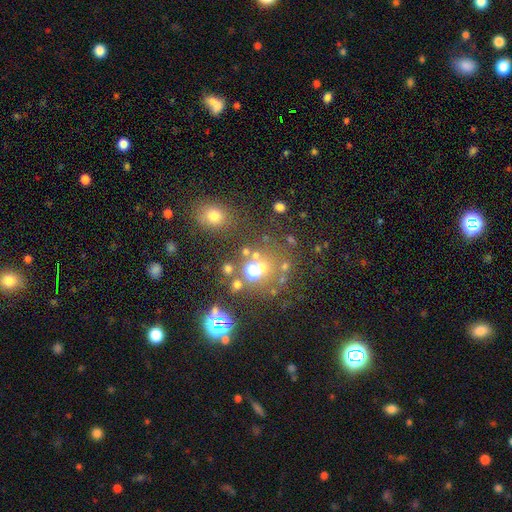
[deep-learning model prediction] Smooth or featured: star or artifact — 46% (smooth — 38%)